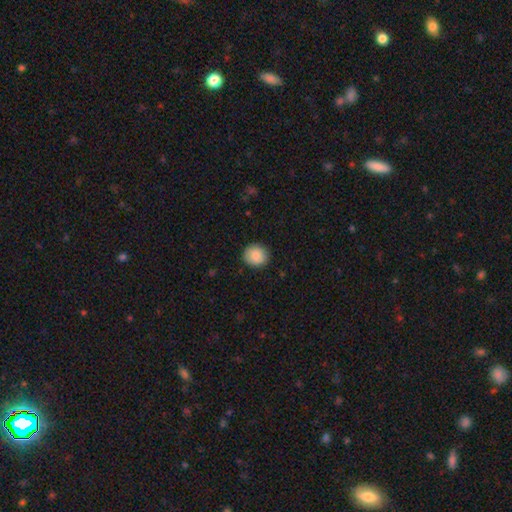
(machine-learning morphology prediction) smooth_or_featured: smooth (p=0.88) [alt: star or artifact p=0.07]
how_rounded: round (p=0.82) [alt: in between p=0.17]
merging: none (p=0.88) [alt: minor disturbance p=0.09]